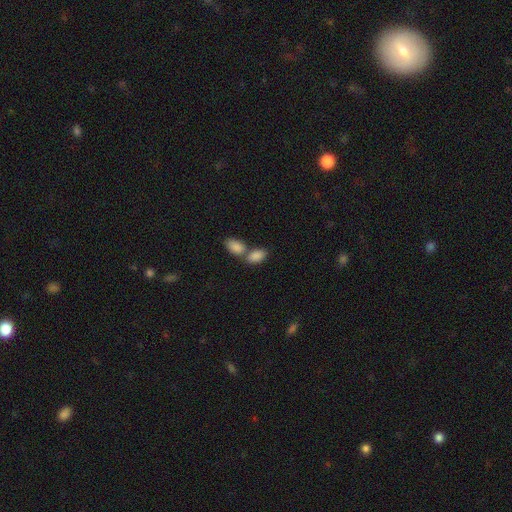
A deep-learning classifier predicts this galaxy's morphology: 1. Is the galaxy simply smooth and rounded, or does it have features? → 87% smooth, 7% star or artifact, 6% featured or disk.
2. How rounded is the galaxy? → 93% in between, 5% round, 2% cigar-shaped.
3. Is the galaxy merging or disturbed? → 54% merger, 35% none, 8% minor disturbance, 3% major disturbance.